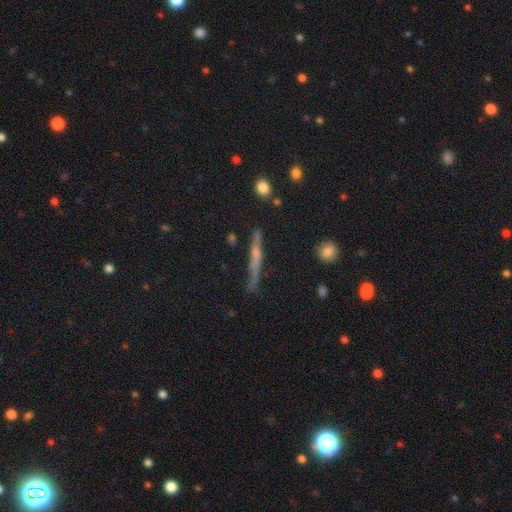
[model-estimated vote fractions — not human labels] featured or disk 56%, smooth 35%, star or artifact 9%. Down the decision tree: edge-on disk — yes (93%); edge-on bulge — rounded (46%); merging — none (70%).